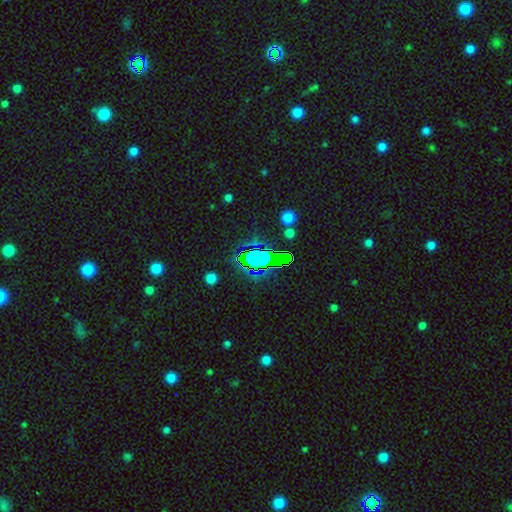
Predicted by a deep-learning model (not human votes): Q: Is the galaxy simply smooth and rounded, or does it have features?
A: star or artifact — 65%.